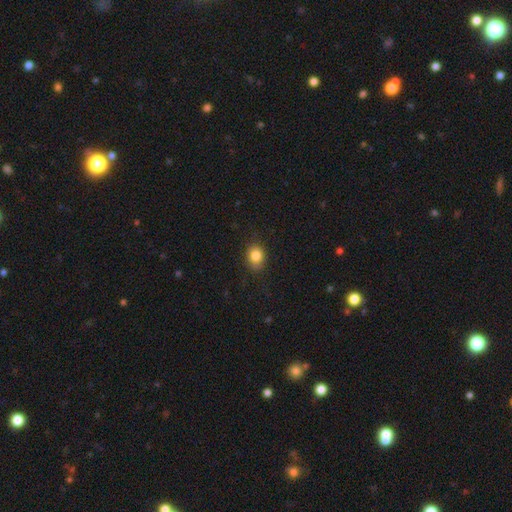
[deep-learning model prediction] smooth_or_featured: smooth (p=0.84) [alt: star or artifact p=0.10]
how_rounded: round (p=0.57) [alt: in between p=0.42]
merging: none (p=0.83) [alt: minor disturbance p=0.13]